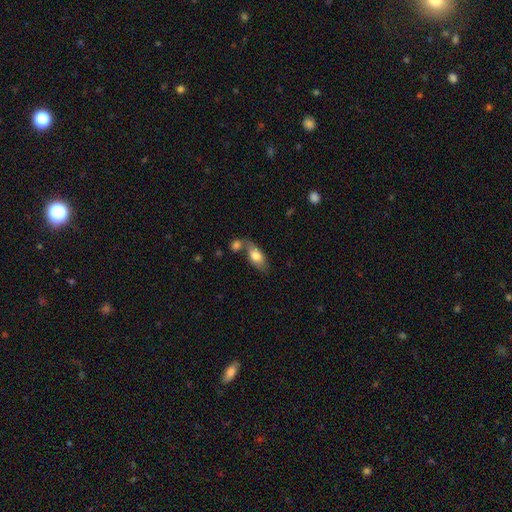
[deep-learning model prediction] Smooth or featured? Predicted: smooth (p=0.74). How rounded? Predicted: in between (p=0.88). Merging? Predicted: none (p=0.43).